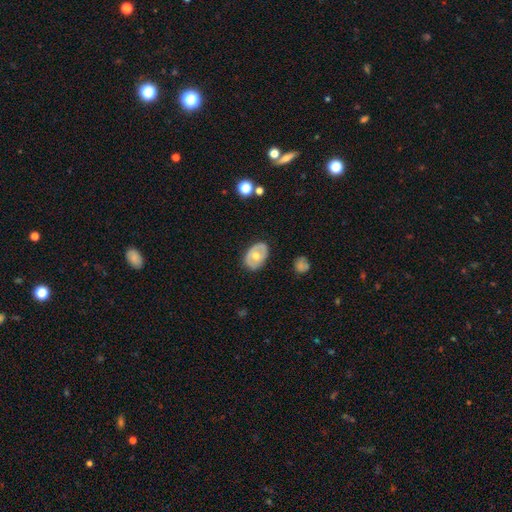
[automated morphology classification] type=featured or disk (48%); merging=none (81%).